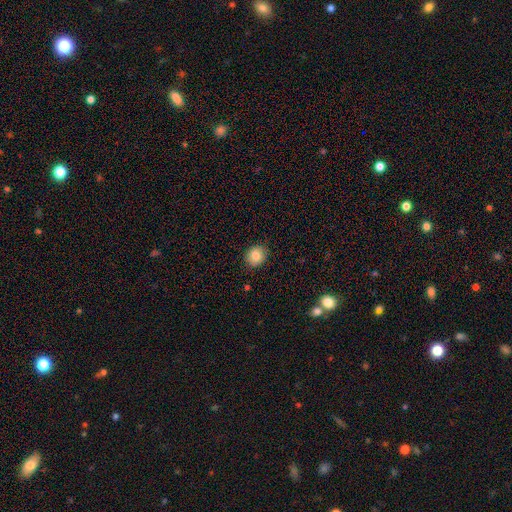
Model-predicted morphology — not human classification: A smooth galaxy with no disk features (83%) that is round (75%).

Vote fractions:
- Smooth or featured? smooth: 83% / star or artifact: 9% / featured or disk: 8%
- How rounded? round: 75% / in between: 24% / cigar-shaped: 1%
- Merging? none: 87% / minor disturbance: 10% / major disturbance: 2% / merger: 1%